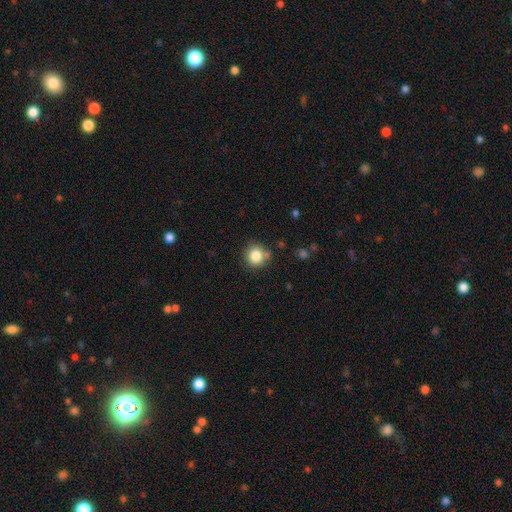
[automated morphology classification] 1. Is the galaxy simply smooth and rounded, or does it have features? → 83% smooth, 11% star or artifact, 6% featured or disk.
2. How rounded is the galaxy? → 90% round, 9% in between, 1% cigar-shaped.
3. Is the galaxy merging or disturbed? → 78% none, 13% minor disturbance, 5% merger, 3% major disturbance.